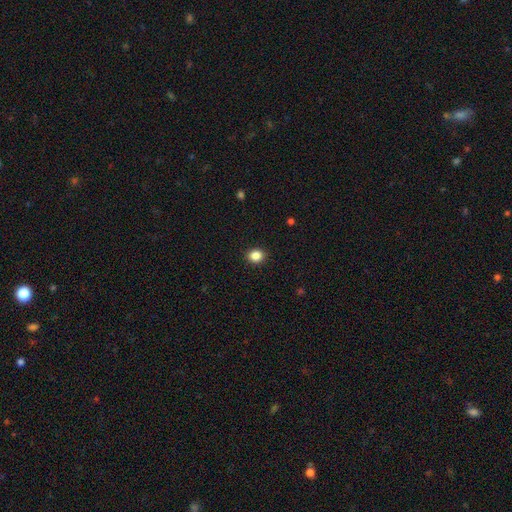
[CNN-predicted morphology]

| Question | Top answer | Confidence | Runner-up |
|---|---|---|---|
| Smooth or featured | smooth | 86% | star or artifact (10%) |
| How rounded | round | 67% | in between (33%) |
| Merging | none | 91% | minor disturbance (6%) |